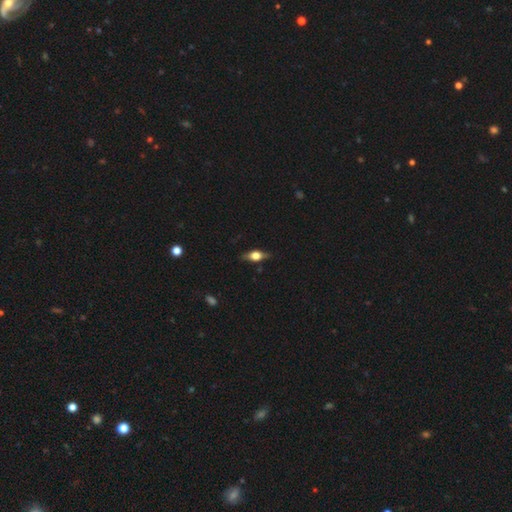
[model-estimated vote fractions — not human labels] This appears to be a featured or disk galaxy (50%) viewed edge-on (90%). Merging: none (80%).